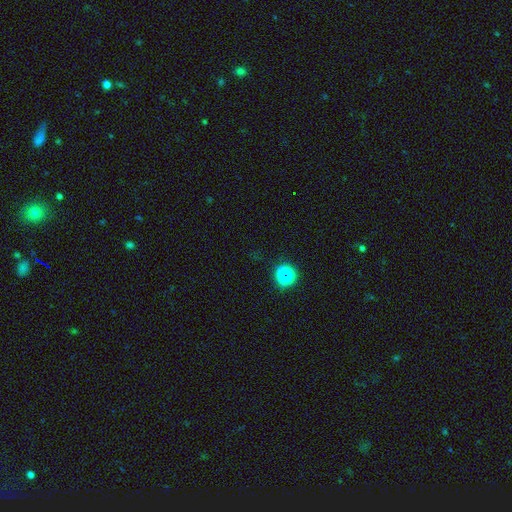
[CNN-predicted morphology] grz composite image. It shows a star or artifact, not a galaxy (48%).